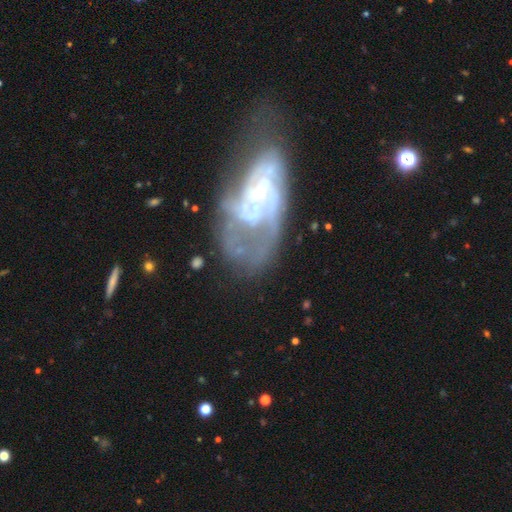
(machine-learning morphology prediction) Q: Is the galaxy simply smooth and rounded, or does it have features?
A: featured or disk — 75%.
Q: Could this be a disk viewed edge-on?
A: no — 94%.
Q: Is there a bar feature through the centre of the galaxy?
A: no — 54%.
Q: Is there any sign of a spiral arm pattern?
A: yes — 76%.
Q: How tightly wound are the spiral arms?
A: tight — 40%.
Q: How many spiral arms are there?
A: can't tell — 39%.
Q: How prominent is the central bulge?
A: small — 53%.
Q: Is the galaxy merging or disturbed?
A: none — 42%.